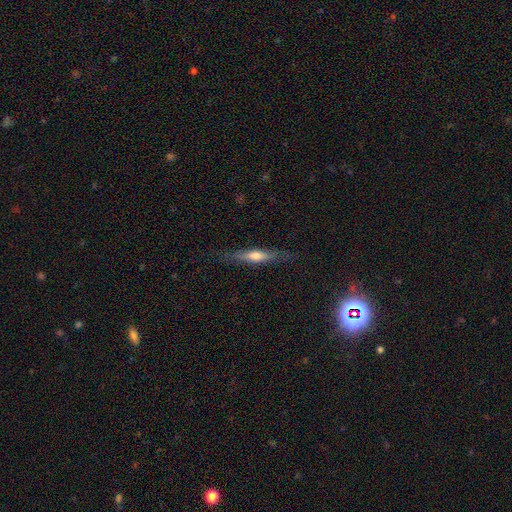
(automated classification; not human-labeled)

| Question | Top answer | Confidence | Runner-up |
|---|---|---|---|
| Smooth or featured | featured or disk | 52% | smooth (42%) |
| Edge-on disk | yes | 92% | no (8%) |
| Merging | none | 81% | minor disturbance (14%) |